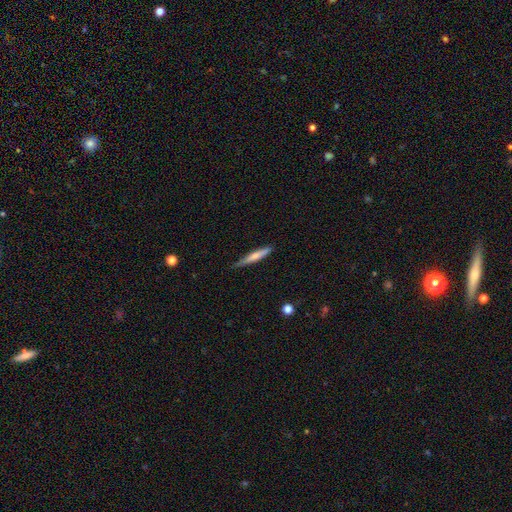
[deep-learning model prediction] smooth-or-featured: smooth: 63% | featured or disk: 31% | star or artifact: 6%
  how-rounded: cigar-shaped: 93% | in between: 6% | round: 1%
  merging: none: 77% | minor disturbance: 18% | major disturbance: 3% | merger: 1%